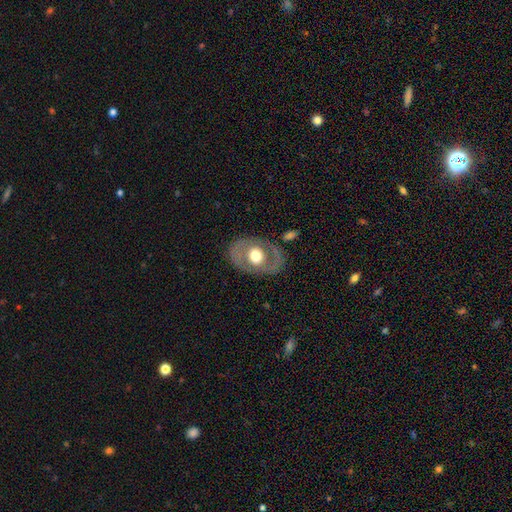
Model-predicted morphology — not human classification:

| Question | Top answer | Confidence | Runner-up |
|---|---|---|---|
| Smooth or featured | featured or disk | 54% | smooth (40%) |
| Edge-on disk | no | 92% | yes (8%) |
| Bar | no | 81% | weak (14%) |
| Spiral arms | no | 79% | yes (21%) |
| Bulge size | moderate | 53% | large (40%) |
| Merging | none | 77% | minor disturbance (14%) |